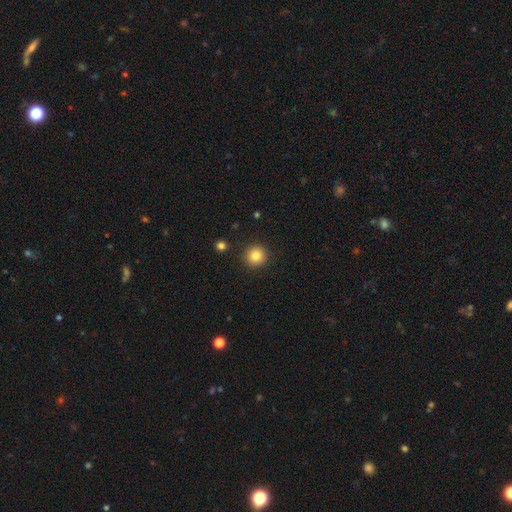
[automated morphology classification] This is clearly a smooth galaxy (83%). How rounded: clearly round (95%). Merging: clearly none (91%).